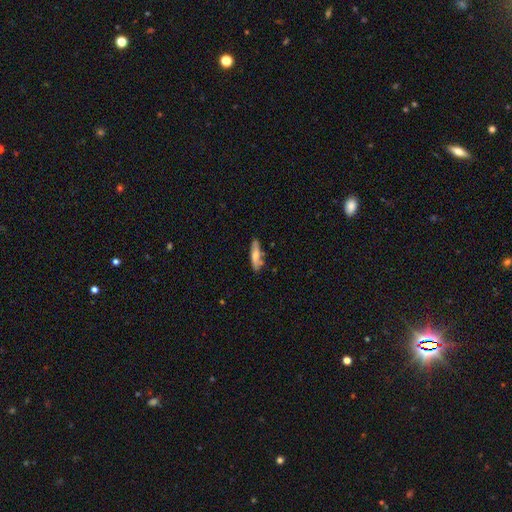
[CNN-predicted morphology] Smooth or featured? smooth (69%)
How rounded? cigar-shaped (64%)
Merging? none (72%)